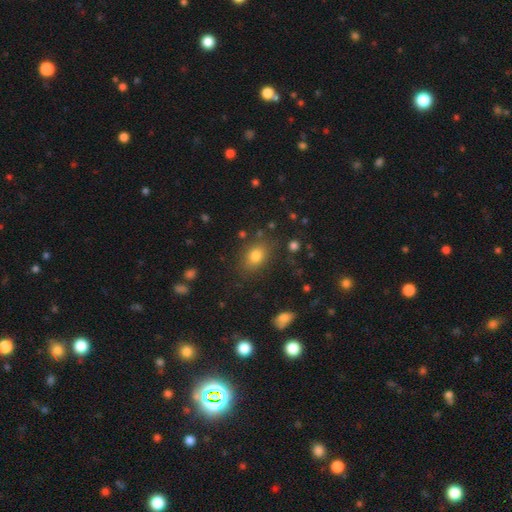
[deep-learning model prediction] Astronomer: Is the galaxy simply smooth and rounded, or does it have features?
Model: smooth — 78%.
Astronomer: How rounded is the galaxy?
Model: in between — 69%.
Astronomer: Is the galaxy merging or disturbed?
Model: none — 81%.